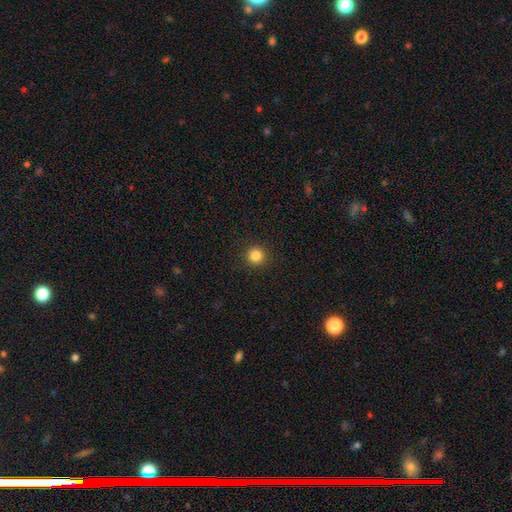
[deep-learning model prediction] A smooth galaxy with no disk features (84%) that is round (95%). Merging: none (93%).